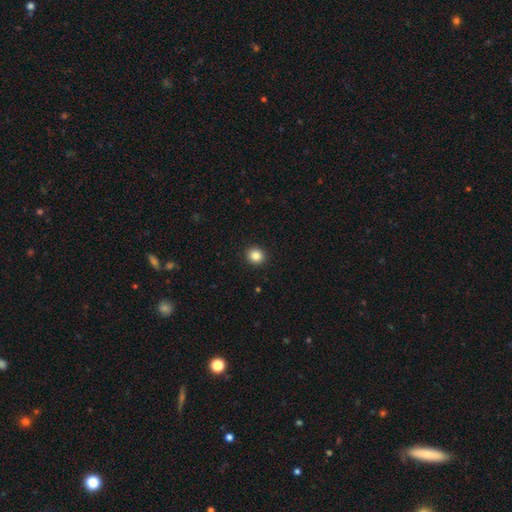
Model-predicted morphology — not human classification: Q: Smooth or featured?
A: smooth (85%); runner-up: star or artifact (10%)
Q: How rounded?
A: round (85%); runner-up: in between (14%)
Q: Merging?
A: none (93%); runner-up: minor disturbance (5%)